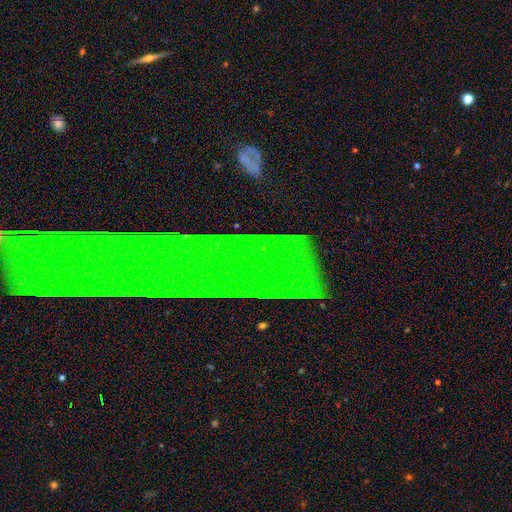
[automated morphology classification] Q: Smooth or featured?
A: star or artifact (66%); runner-up: featured or disk (19%)